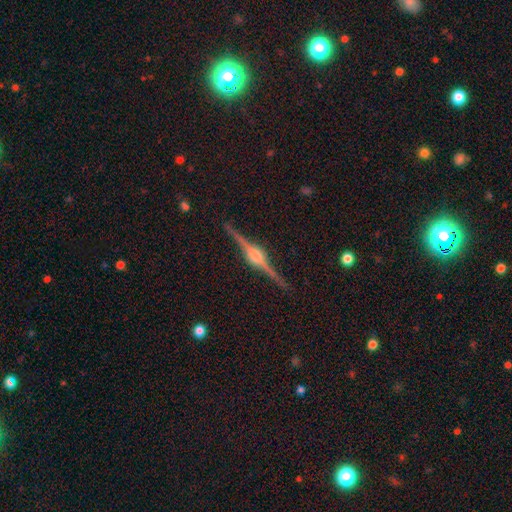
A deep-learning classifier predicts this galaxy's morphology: This appears to be a featured or disk galaxy (90%) viewed edge-on (98%) with a rounded central bulge (90%). Merging: none (90%).